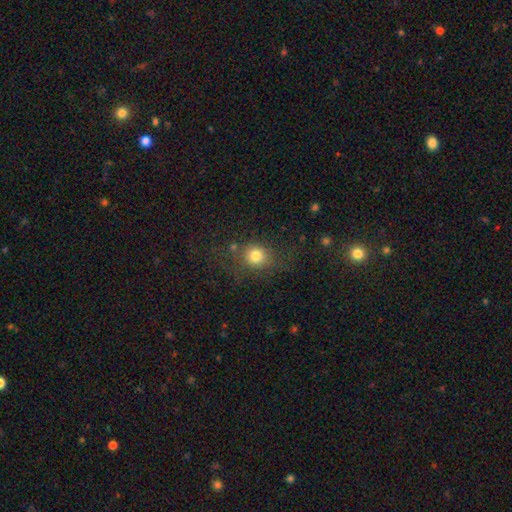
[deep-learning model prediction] This is likely a smooth galaxy (78%). How rounded: likely round (73%). Merging: likely none (67%).